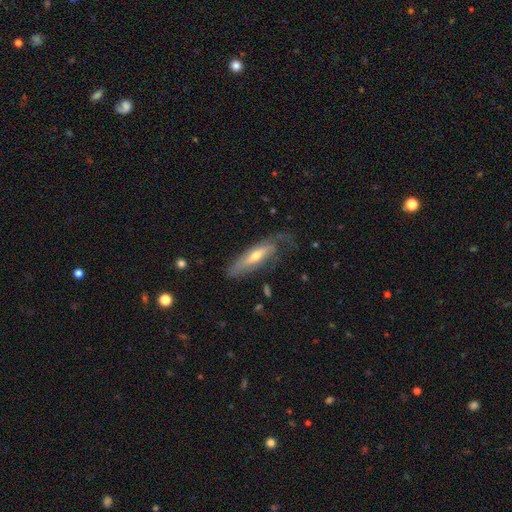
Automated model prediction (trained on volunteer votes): The model was most divided on "edge-on disk": no: 51%, yes: 49%. More confident: smooth or featured — featured or disk (59%); merging — none (52%).